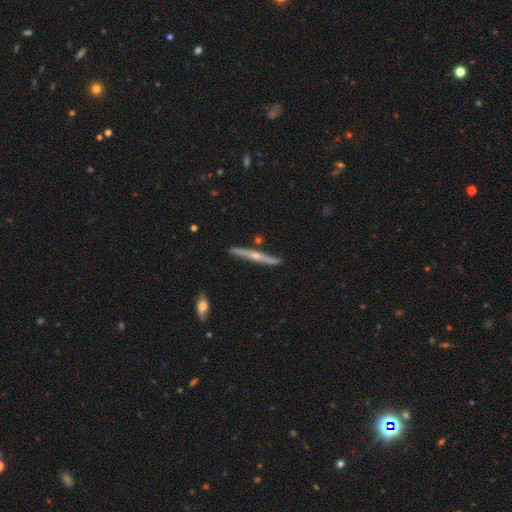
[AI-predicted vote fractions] Overall: featured or disk (75%). Edge-on disk: yes (97%). Edge-on bulge: rounded (84%). Merging: none (87%).